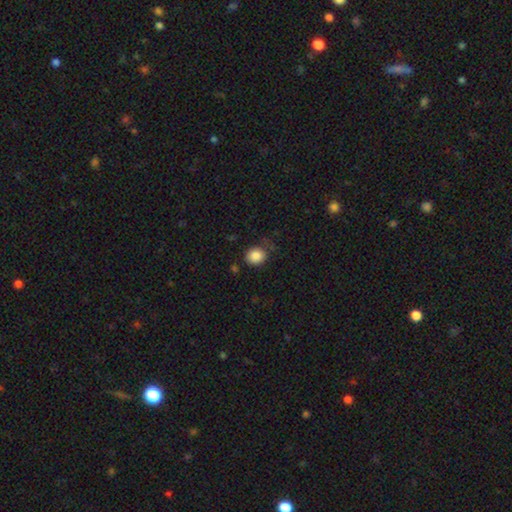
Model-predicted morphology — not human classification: Q: Smooth or featured?
A: smooth (86%); runner-up: star or artifact (9%)
Q: How rounded?
A: round (73%); runner-up: in between (26%)
Q: Merging?
A: none (74%); runner-up: minor disturbance (18%)